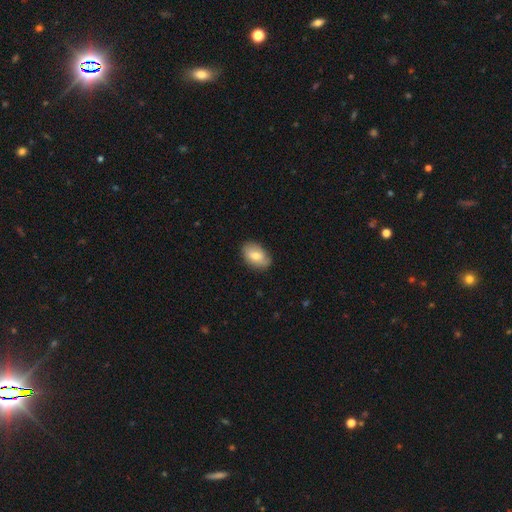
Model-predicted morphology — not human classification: A smooth galaxy with no disk features (73%) that is in between round and cigar-shaped (87%). Merging: none (79%).